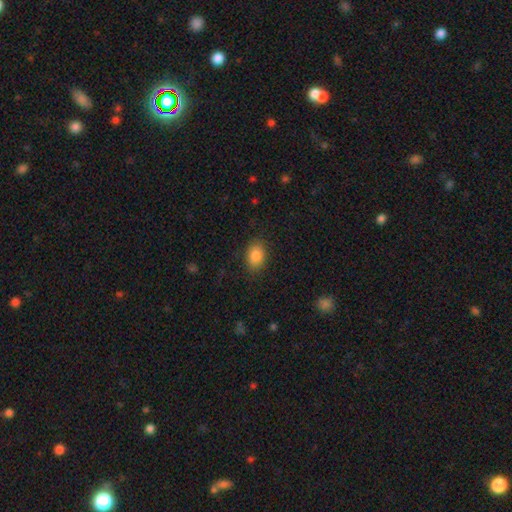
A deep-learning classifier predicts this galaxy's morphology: Overall: smooth (87%). How rounded: in between (80%). Merging: none (85%).